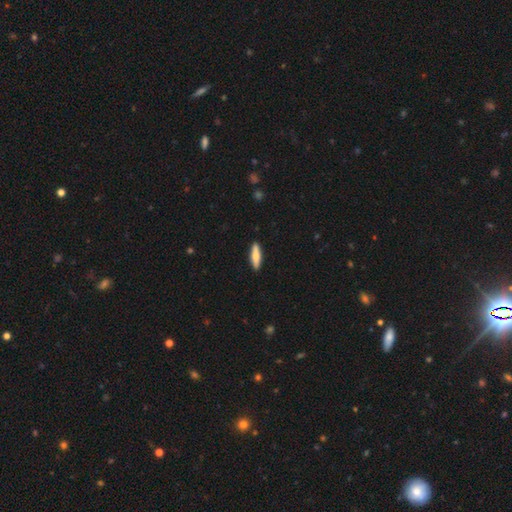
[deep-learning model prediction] Smooth or featured? smooth (63%)
How rounded? cigar-shaped (71%)
Merging? none (90%)